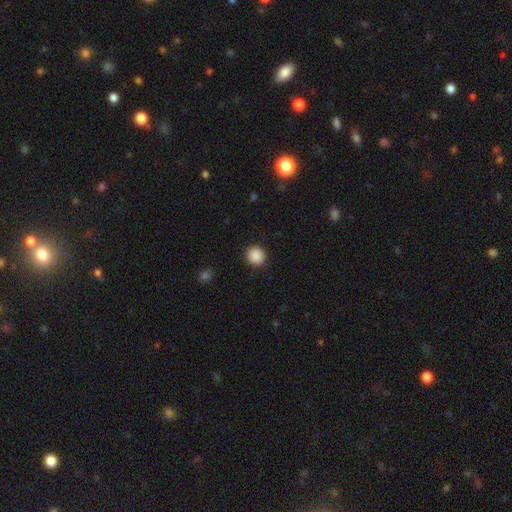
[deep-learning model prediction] smooth 89%, star or artifact 9%, featured or disk 2%. Down the decision tree: how rounded — round (89%); merging — none (91%).